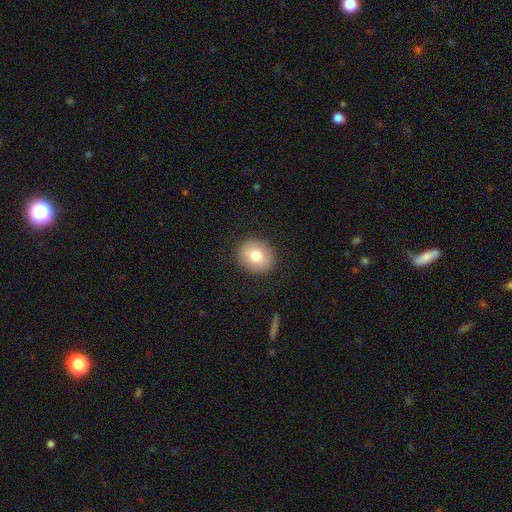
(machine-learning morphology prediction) Smooth or featured?
  - smooth: 78% *
  - featured or disk: 14%
  - star or artifact: 9%
How rounded?
  - round: 75% *
  - in between: 24%
  - cigar-shaped: 1%
Merging?
  - none: 89% *
  - minor disturbance: 7%
  - major disturbance: 2%
  - merger: 1%